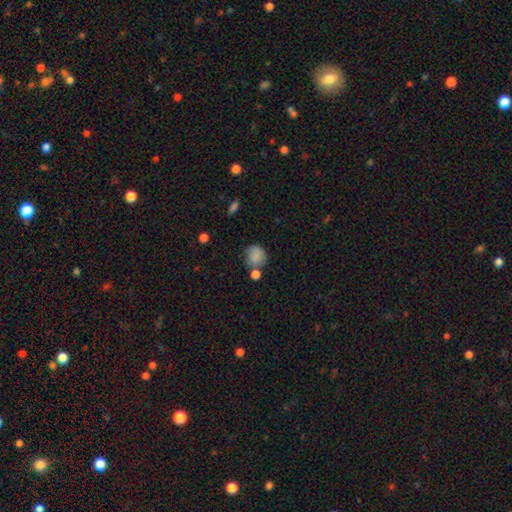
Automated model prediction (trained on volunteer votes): smooth 83%, star or artifact 9%, featured or disk 8%. Down the decision tree: how rounded — round (77%); merging — none (55%).